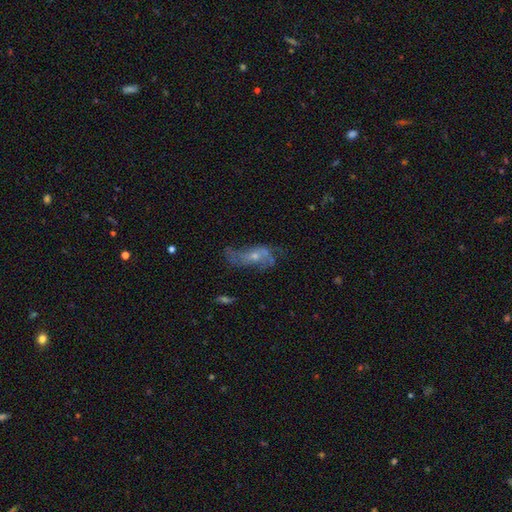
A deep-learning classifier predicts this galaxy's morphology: Q: Smooth or featured?
A: featured or disk (63%); runner-up: smooth (27%)
Q: Edge-on disk?
A: no (90%); runner-up: yes (10%)
Q: Bar?
A: no (69%); runner-up: weak (24%)
Q: Spiral arms?
A: yes (65%); runner-up: no (35%)
Q: Bulge size?
A: small (58%); runner-up: moderate (34%)
Q: Merging?
A: none (45%); runner-up: major disturbance (28%)